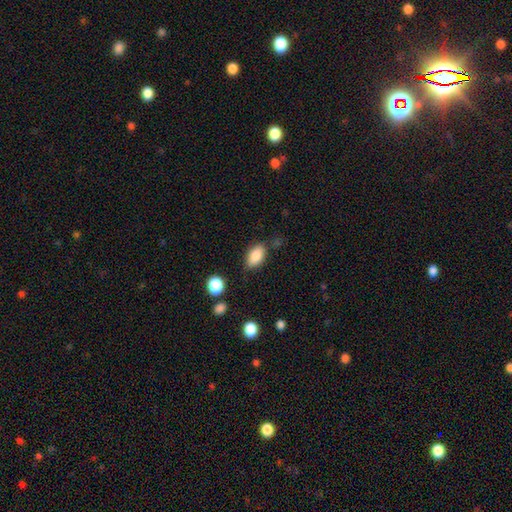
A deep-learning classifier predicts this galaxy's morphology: Overall: smooth (85%). How rounded: in between (90%). Merging: none (76%).